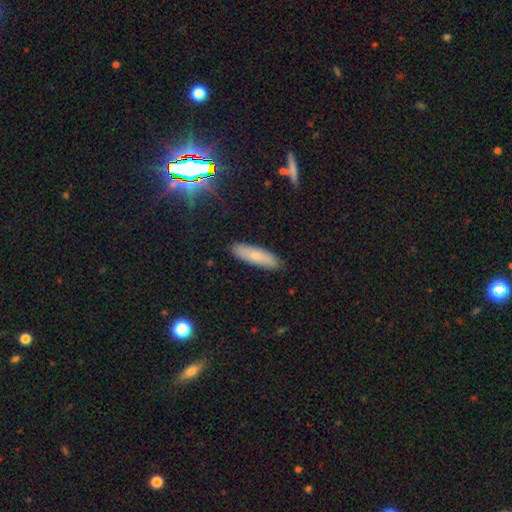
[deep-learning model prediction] Q: Smooth or featured?
A: smooth (71%); runner-up: featured or disk (21%)
Q: How rounded?
A: cigar-shaped (59%); runner-up: in between (38%)
Q: Merging?
A: none (88%); runner-up: minor disturbance (9%)